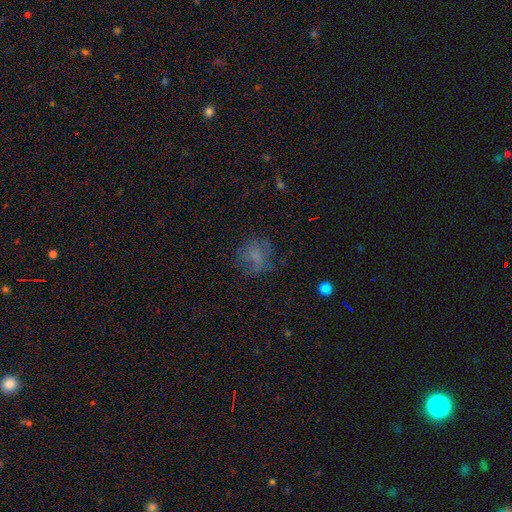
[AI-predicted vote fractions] Morphology: type=smooth (61%); roundness=round (73%); merging=none (63%).